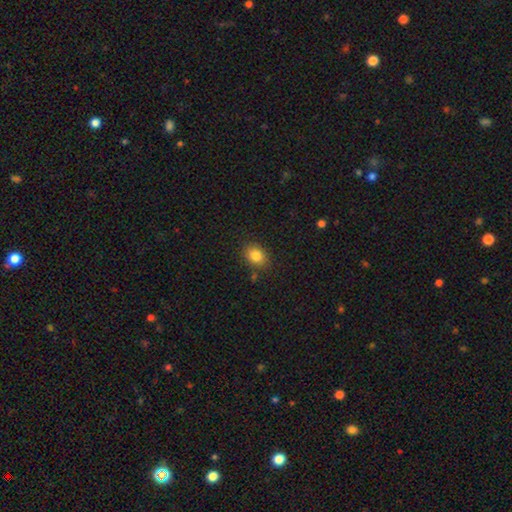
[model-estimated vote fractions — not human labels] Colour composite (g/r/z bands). It shows a smooth galaxy with no disk features (83%) that is in between round and cigar-shaped (59%). Merging: none (84%).